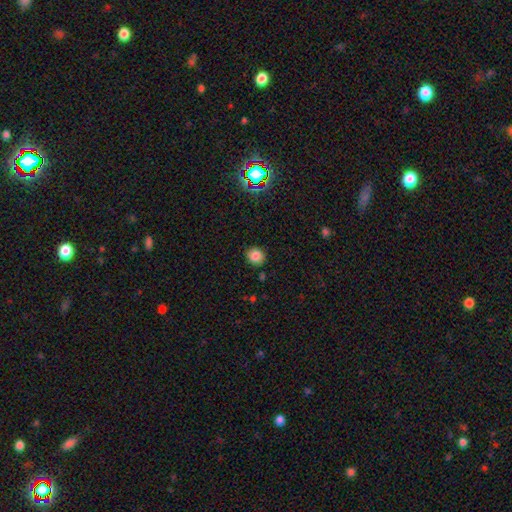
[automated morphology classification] Smooth or featured? smooth (83%)
How rounded? round (82%)
Merging? none (86%)